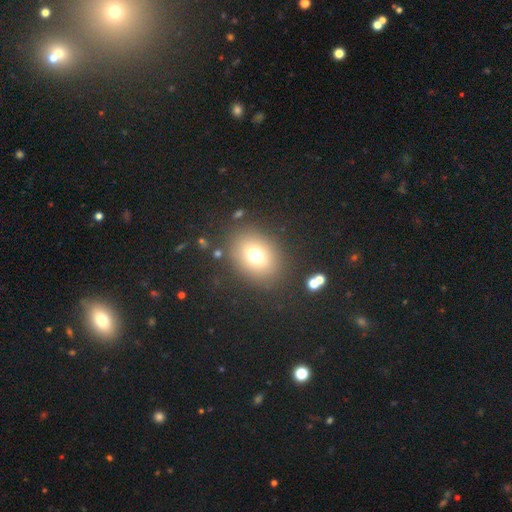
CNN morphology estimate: Smooth or featured? smooth (70%)
How rounded? in between (53%)
Merging? none (81%)